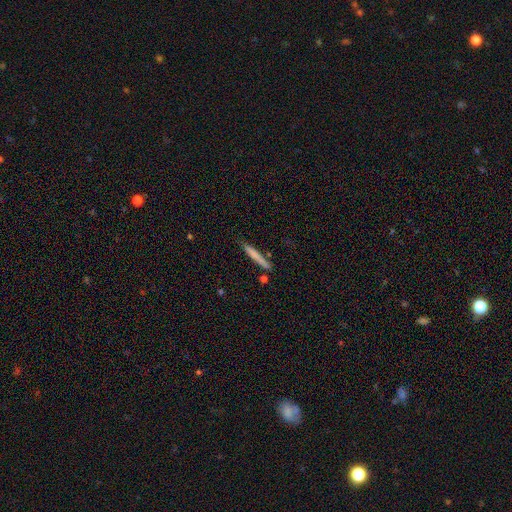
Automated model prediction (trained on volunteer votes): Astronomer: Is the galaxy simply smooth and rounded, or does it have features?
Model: smooth — 70%.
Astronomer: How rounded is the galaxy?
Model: cigar-shaped — 96%.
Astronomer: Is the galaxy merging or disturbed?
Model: none — 81%.